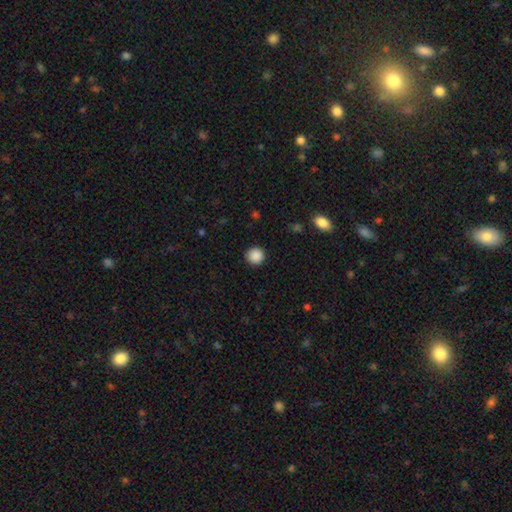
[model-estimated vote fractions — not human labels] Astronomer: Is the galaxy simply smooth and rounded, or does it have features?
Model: smooth — 88%.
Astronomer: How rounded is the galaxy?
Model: round — 94%.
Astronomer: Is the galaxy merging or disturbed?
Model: none — 91%.